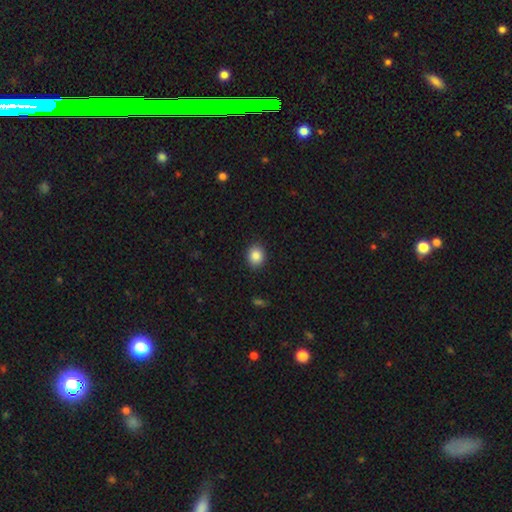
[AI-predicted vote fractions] Overall: smooth (87%). How rounded: round (64%; in between 35%). Merging: none (89%).